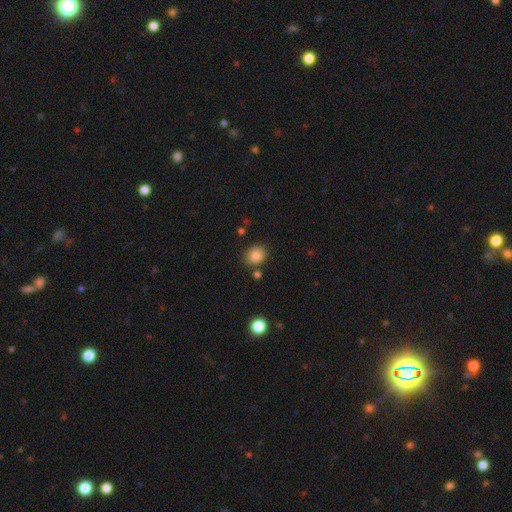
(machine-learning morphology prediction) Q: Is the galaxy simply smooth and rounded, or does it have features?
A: smooth — 85%.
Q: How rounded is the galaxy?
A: round — 60%.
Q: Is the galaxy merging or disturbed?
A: none — 83%.